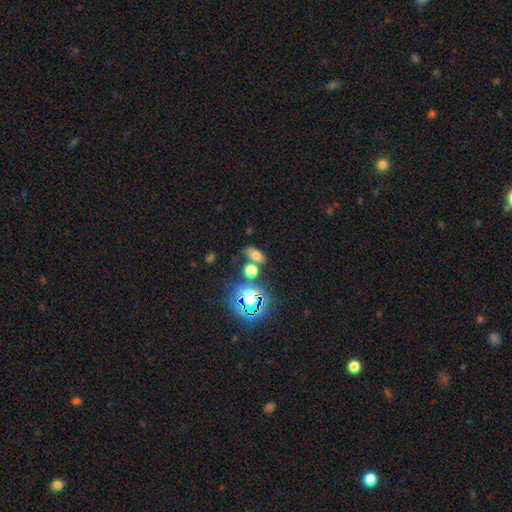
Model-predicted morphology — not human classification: This is possibly a smooth galaxy (53%). How rounded: likely in between (75%). Merging: possibly none (57%).